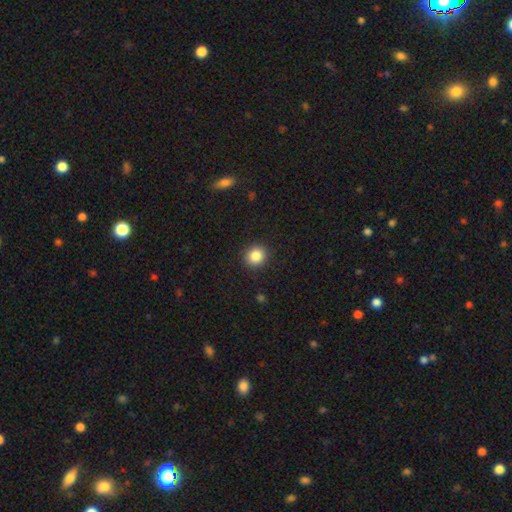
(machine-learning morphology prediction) smooth_or_featured: smooth (p=0.85) [alt: star or artifact p=0.10]
how_rounded: round (p=0.88) [alt: in between p=0.11]
merging: none (p=0.91) [alt: minor disturbance p=0.06]